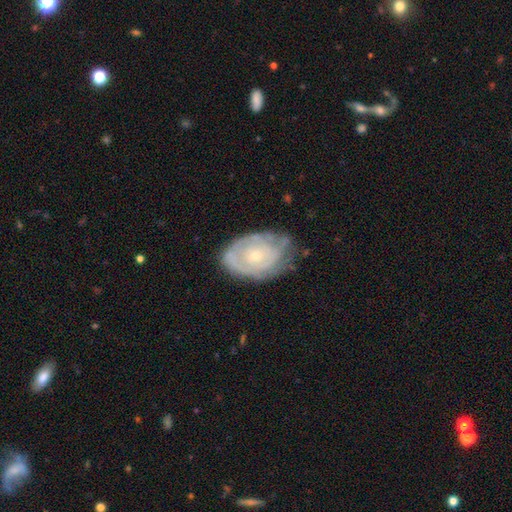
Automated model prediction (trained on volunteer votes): A featured or disk galaxy (68%) with no bar (85%), spiral arms (65%) and a small central bulge (71%).

Vote fractions:
- Smooth or featured? featured or disk: 68% / smooth: 26% / star or artifact: 6%
- Edge-on disk? no: 95% / yes: 5%
- Bar? no: 85% / weak: 12% / strong: 2%
- Spiral arms? yes: 65% / no: 35%
- Bulge size? small: 71% / moderate: 26% / none: 1% / large: 1% / dominant: 1%
- Merging? none: 61% / minor disturbance: 27% / major disturbance: 10% / merger: 2%